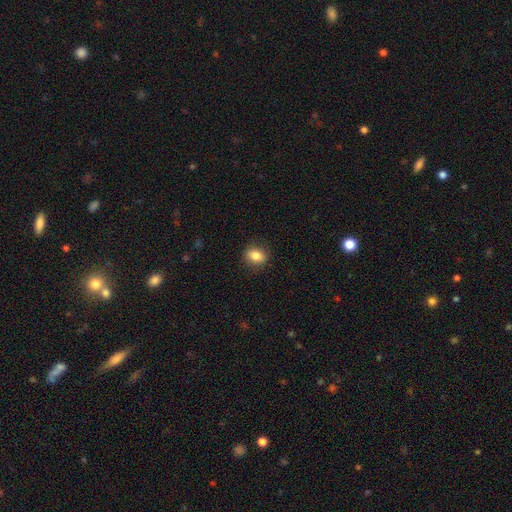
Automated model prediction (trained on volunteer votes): This appears to be a smooth galaxy with no disk features (84%) that is in between round and cigar-shaped (58%). Merging: none (87%).